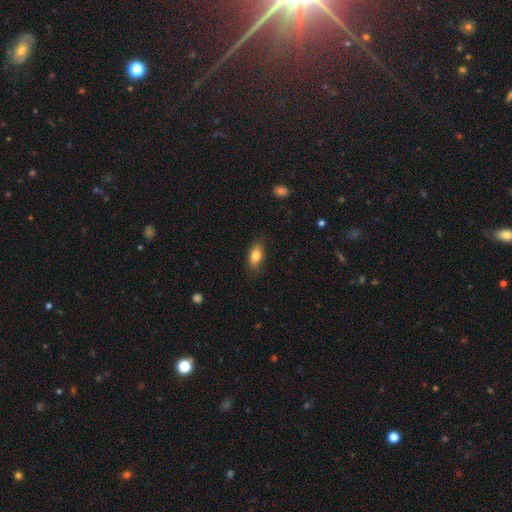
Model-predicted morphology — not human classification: Smooth or featured: smooth — 81% (featured or disk — 12%)
How rounded: in between — 85% (cigar-shaped — 9%)
Merging: none — 79% (minor disturbance — 16%)